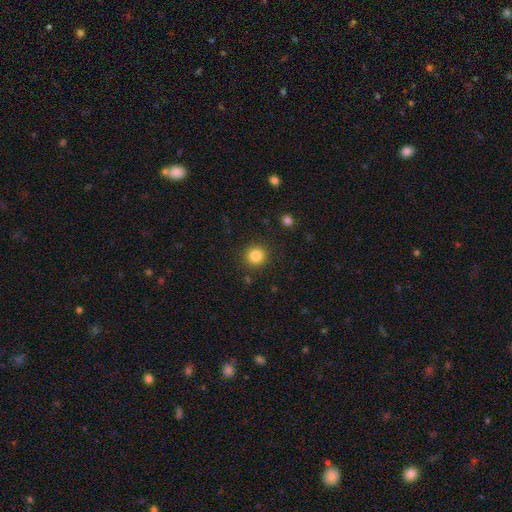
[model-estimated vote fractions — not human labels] Q: Smooth or featured?
A: smooth (84%); runner-up: star or artifact (11%)
Q: How rounded?
A: round (93%); runner-up: in between (6%)
Q: Merging?
A: none (90%); runner-up: minor disturbance (6%)